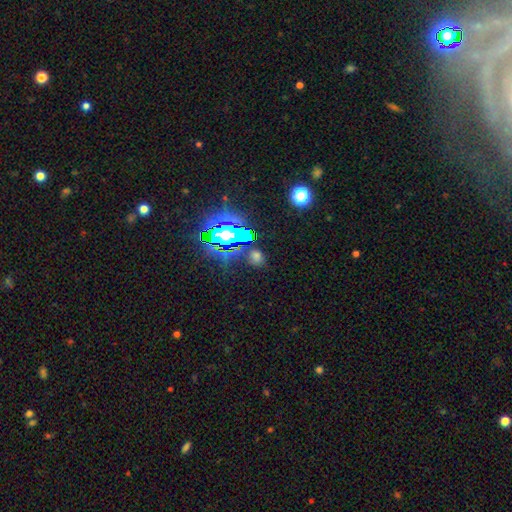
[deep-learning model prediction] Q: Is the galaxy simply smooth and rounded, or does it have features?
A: star or artifact — 46%.